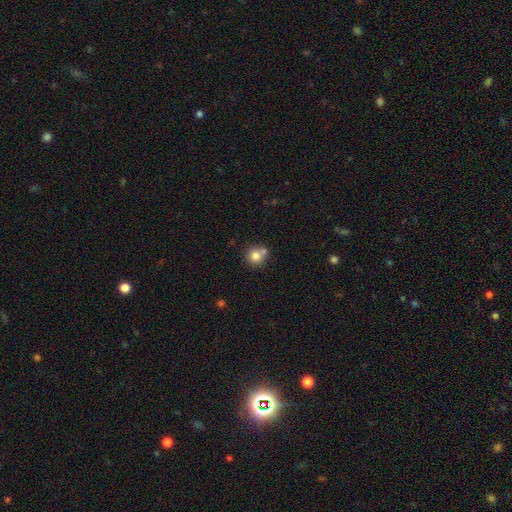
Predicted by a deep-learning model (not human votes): The model was most divided on "merging": none: 58%, merger: 29%, minor disturbance: 10%, major disturbance: 3%. More confident: how rounded — round (90%); smooth or featured — smooth (79%).